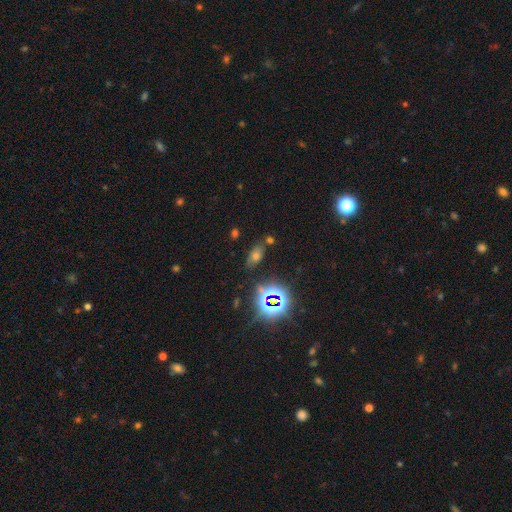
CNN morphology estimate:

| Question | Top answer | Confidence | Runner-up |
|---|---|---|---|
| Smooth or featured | smooth | 50% | star or artifact (37%) |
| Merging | none | 76% | minor disturbance (12%) |